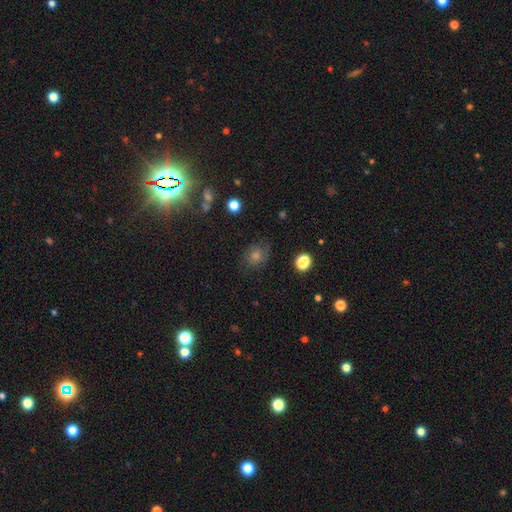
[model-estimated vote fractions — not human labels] smooth 48%, star or artifact 34%, featured or disk 18%. Down the decision tree: merging — none (78%).